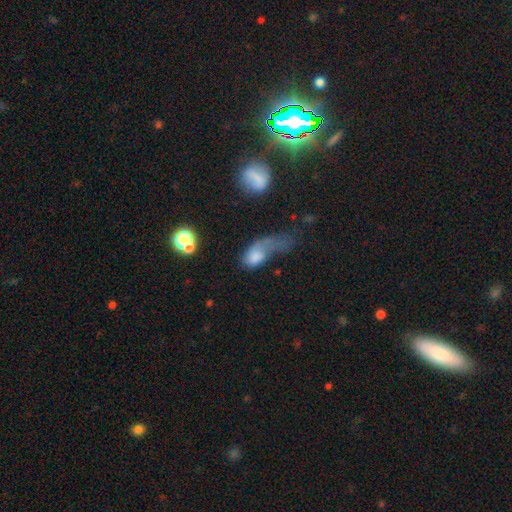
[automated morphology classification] smooth-or-featured: smooth: 61% | featured or disk: 29% | star or artifact: 11%
  how-rounded: in between: 77% | round: 16% | cigar-shaped: 7%
  merging: major disturbance: 62% | minor disturbance: 16% | none: 14% | merger: 9%